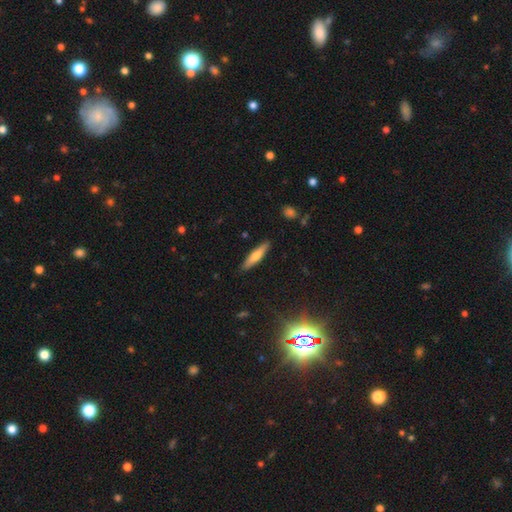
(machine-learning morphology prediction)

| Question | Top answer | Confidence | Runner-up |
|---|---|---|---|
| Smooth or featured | smooth | 63% | featured or disk (31%) |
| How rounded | cigar-shaped | 83% | in between (15%) |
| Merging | none | 88% | minor disturbance (9%) |